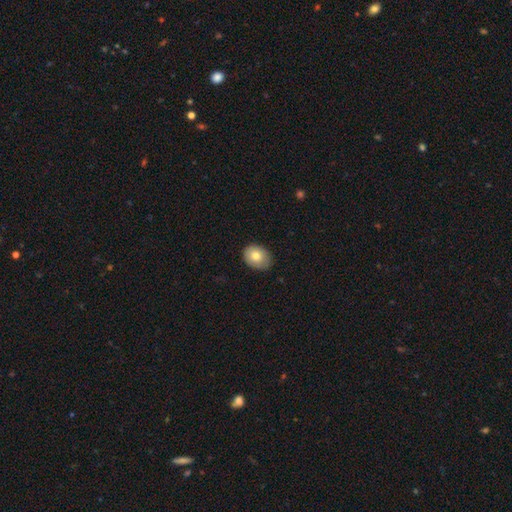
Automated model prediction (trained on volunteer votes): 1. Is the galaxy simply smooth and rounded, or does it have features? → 78% smooth, 14% featured or disk, 8% star or artifact.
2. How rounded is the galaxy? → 59% in between, 41% round, 1% cigar-shaped.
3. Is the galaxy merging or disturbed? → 82% none, 15% minor disturbance, 2% major disturbance, 1% merger.